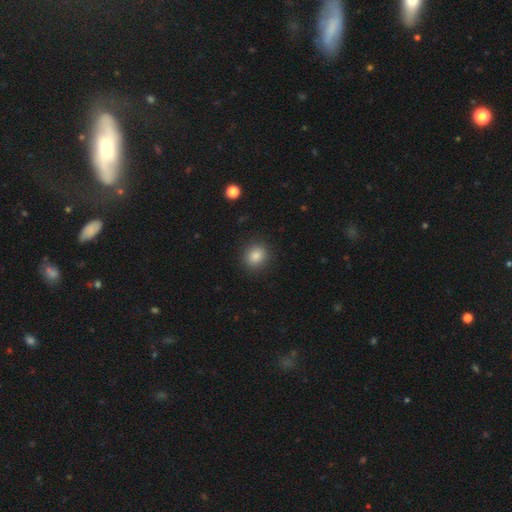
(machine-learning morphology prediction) This appears to be a smooth galaxy with no disk features (85%) that is round (74%). Merging: none (90%).